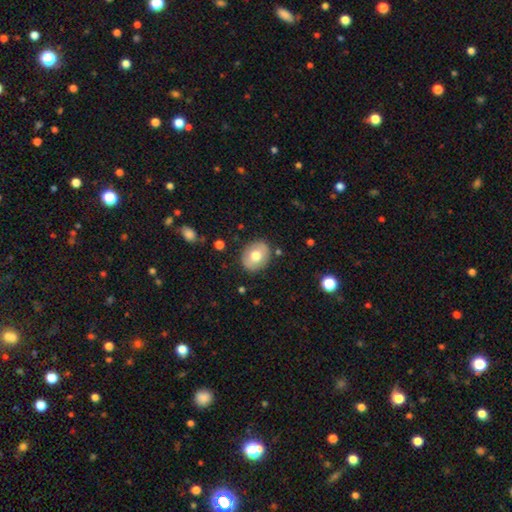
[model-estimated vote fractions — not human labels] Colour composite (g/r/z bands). It shows a smooth galaxy with no disk features (69%) that is round (53%). Merging: none (86%).